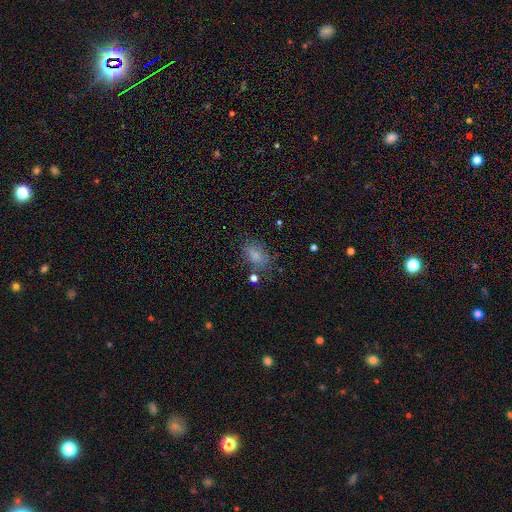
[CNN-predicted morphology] type=smooth (77%); roundness=in between (84%); merging=none (67%).